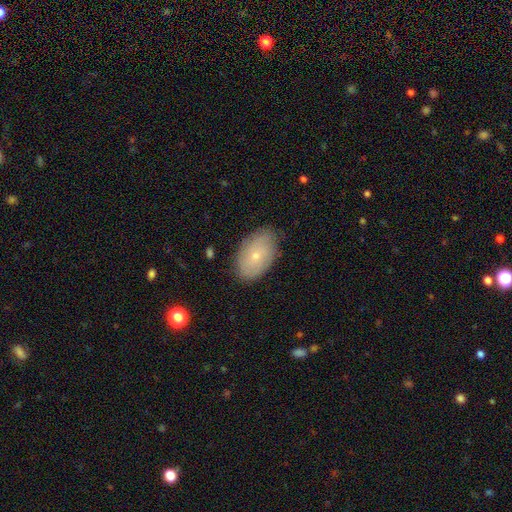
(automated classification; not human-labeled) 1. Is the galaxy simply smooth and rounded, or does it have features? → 61% smooth, 32% featured or disk, 8% star or artifact.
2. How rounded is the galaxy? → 91% in between, 7% round, 2% cigar-shaped.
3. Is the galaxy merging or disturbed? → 81% none, 15% minor disturbance, 3% major disturbance, 1% merger.